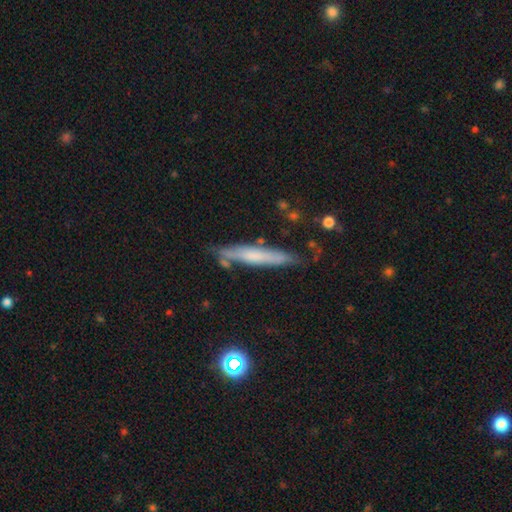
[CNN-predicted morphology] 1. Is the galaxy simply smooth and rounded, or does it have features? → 56% smooth, 37% featured or disk, 7% star or artifact.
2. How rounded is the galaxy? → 92% cigar-shaped, 7% in between, 1% round.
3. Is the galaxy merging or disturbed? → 71% none, 19% minor disturbance, 5% merger, 5% major disturbance.